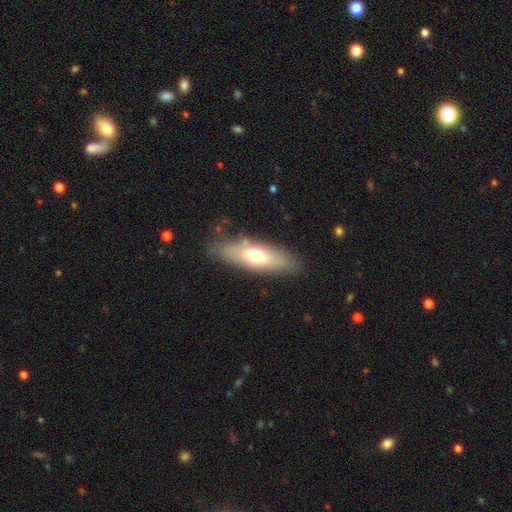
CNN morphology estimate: smooth_or_featured: smooth (p=0.64) [alt: featured or disk p=0.30]
how_rounded: in between (p=0.60) [alt: cigar-shaped p=0.38]
merging: none (p=0.77) [alt: minor disturbance p=0.15]